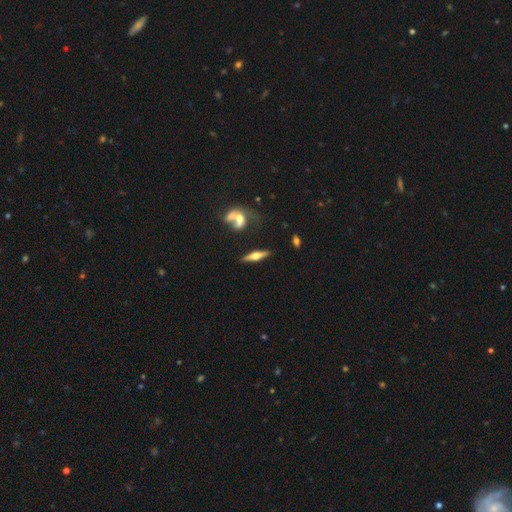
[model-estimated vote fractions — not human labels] Overall: featured or disk (66%; smooth 28%). Edge-on disk: yes (95%). Edge-on bulge: rounded (92%). Merging: none (81%).